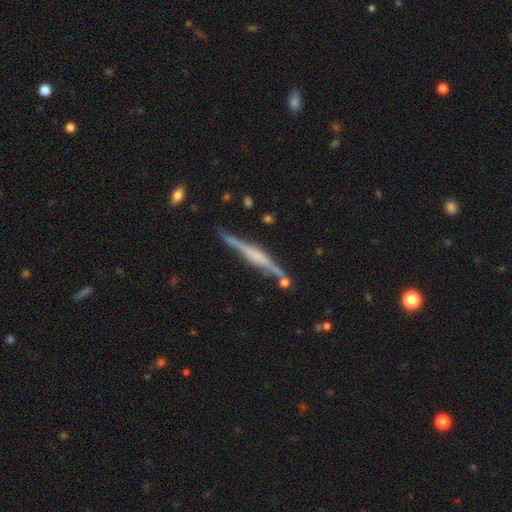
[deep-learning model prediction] featured or disk 77%, smooth 17%, star or artifact 6%. Down the decision tree: edge-on disk — yes (97%); edge-on bulge — rounded (46%); merging — none (81%).